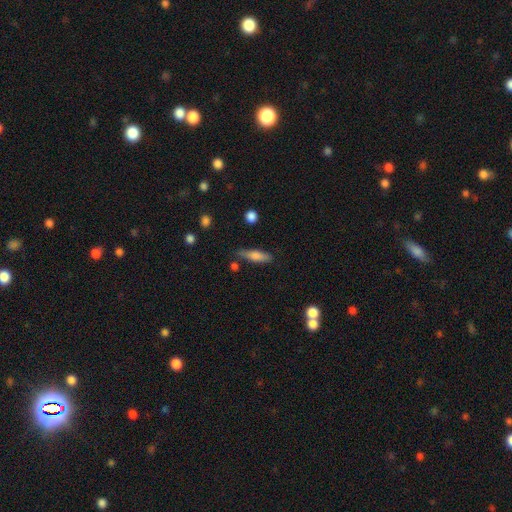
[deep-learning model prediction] smooth 73%, featured or disk 20%, star or artifact 7%. Down the decision tree: how rounded — cigar-shaped (61%); merging — none (72%).